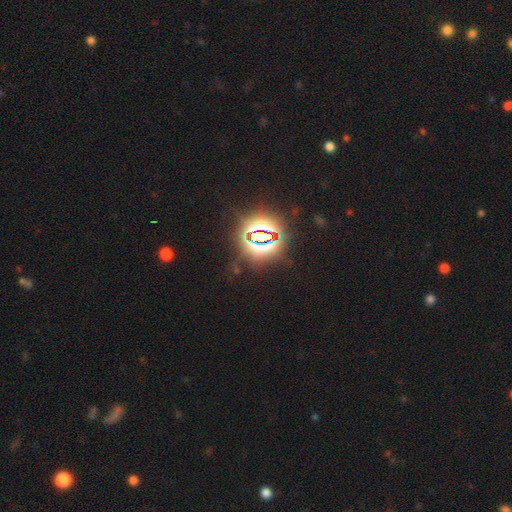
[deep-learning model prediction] smooth-or-featured: star or artifact: 86% | smooth: 8% | featured or disk: 5%